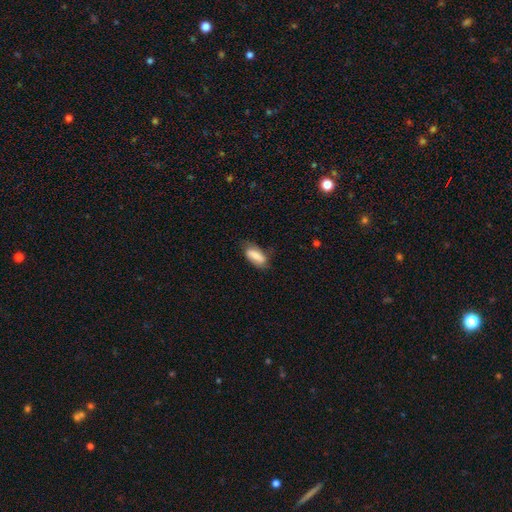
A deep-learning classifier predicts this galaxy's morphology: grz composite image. It shows a smooth galaxy with no disk features (70%) that is in between round and cigar-shaped (81%). Merging: none (65%).